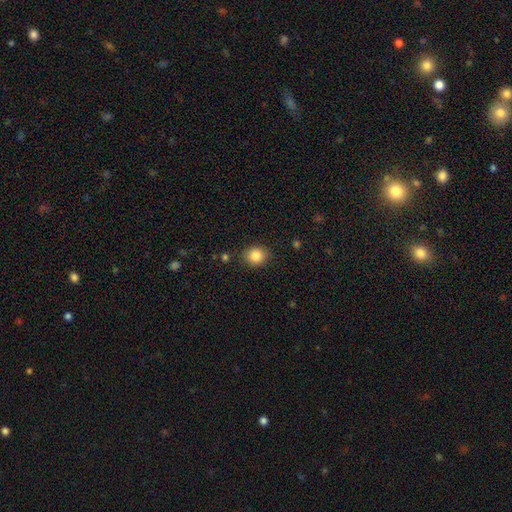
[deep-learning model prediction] Overall: smooth (85%). How rounded: round (73%). Merging: none (87%).